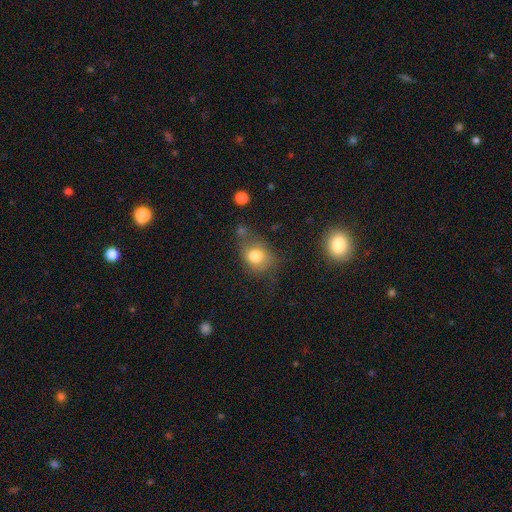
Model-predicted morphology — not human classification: A smooth galaxy with no disk features (77%) that is round (51%).

Vote fractions:
- Smooth or featured? smooth: 77% / featured or disk: 12% / star or artifact: 11%
- How rounded? round: 51% / in between: 47% / cigar-shaped: 1%
- Merging? none: 51% / minor disturbance: 26% / major disturbance: 15% / merger: 8%